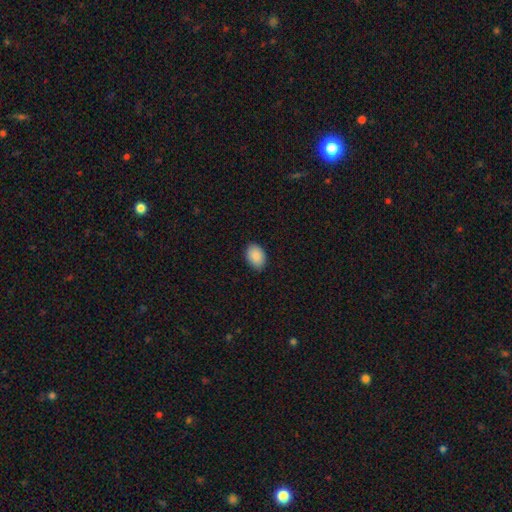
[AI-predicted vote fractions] This appears to be a smooth galaxy with no disk features (90%) that is in between round and cigar-shaped (83%). Merging: none (88%).